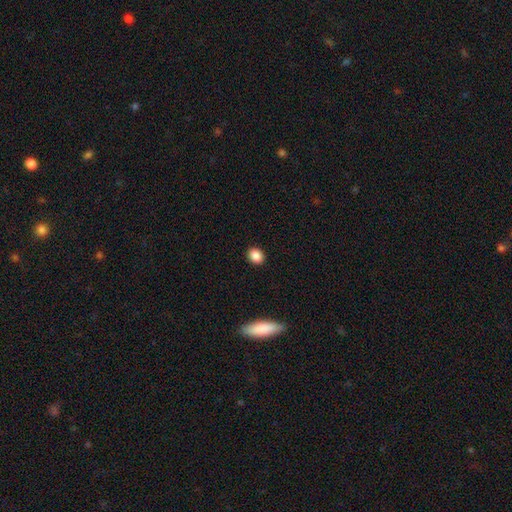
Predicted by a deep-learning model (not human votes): Smooth or featured? smooth (87%)
How rounded? round (52%)
Merging? none (90%)